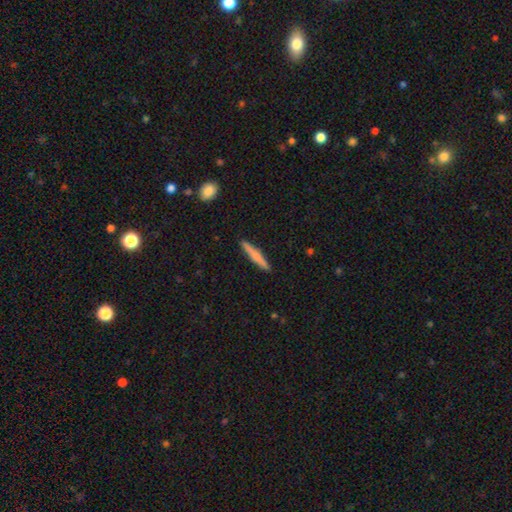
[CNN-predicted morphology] A smooth galaxy with no disk features (63%) that is cigar-shaped (94%). Merging: none (90%).